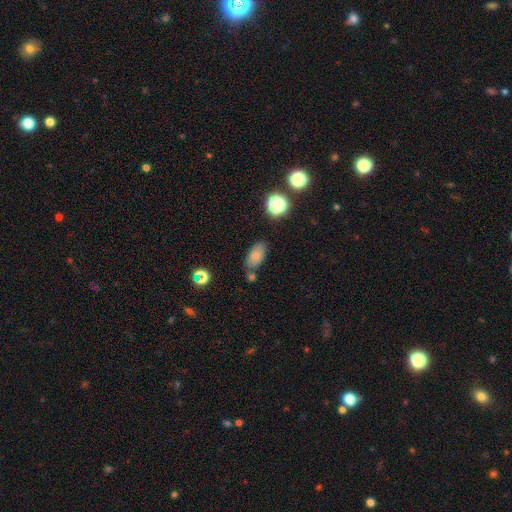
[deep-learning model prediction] This is likely a smooth galaxy (78%). How rounded: clearly in between (89%). Merging: likely none (69%).